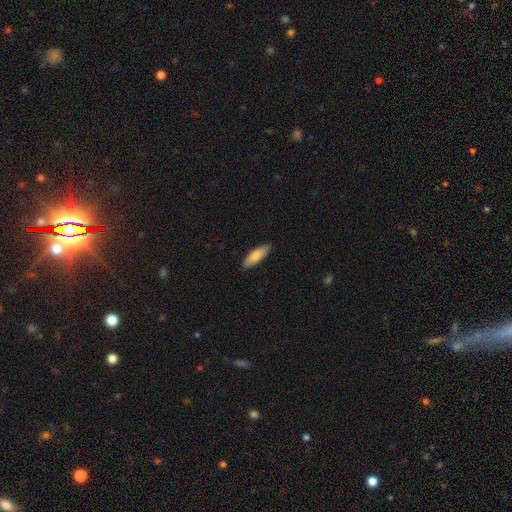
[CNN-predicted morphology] Smooth or featured? Predicted: smooth (p=0.82). How rounded? Predicted: in between (p=0.53). Merging? Predicted: none (p=0.88).